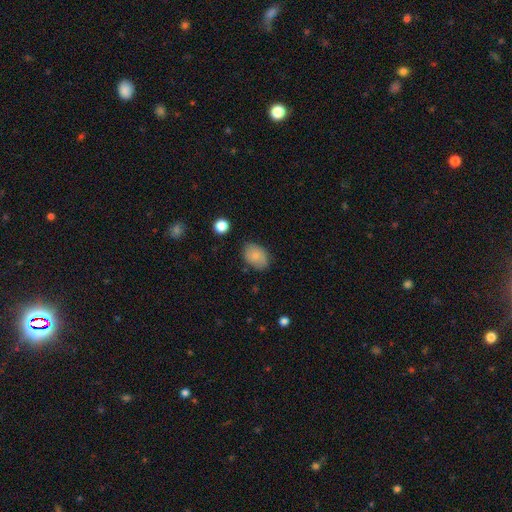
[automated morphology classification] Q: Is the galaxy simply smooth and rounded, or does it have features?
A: smooth — 81%.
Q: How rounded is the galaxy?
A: in between — 78%.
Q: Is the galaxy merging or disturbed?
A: none — 78%.